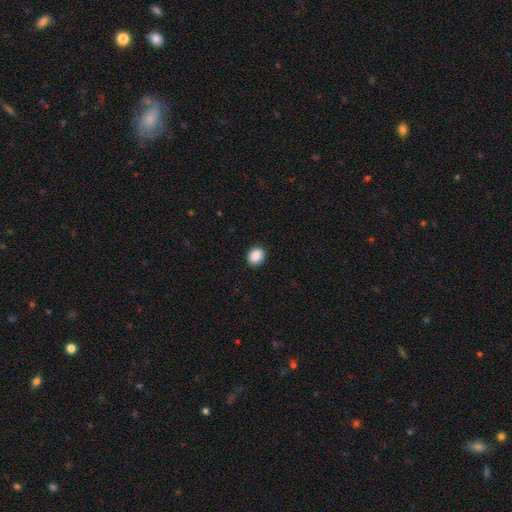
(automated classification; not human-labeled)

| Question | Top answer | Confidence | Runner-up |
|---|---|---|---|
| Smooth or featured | smooth | 90% | star or artifact (8%) |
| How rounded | round | 58% | in between (41%) |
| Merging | none | 92% | minor disturbance (6%) |